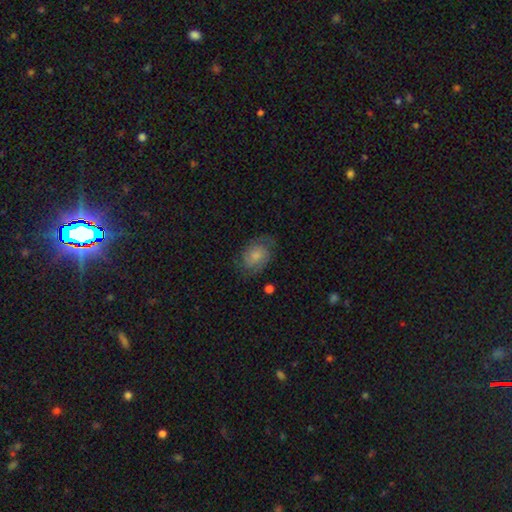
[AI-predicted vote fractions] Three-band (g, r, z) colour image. It shows a featured or disk galaxy (48%). Merging: none (66%).